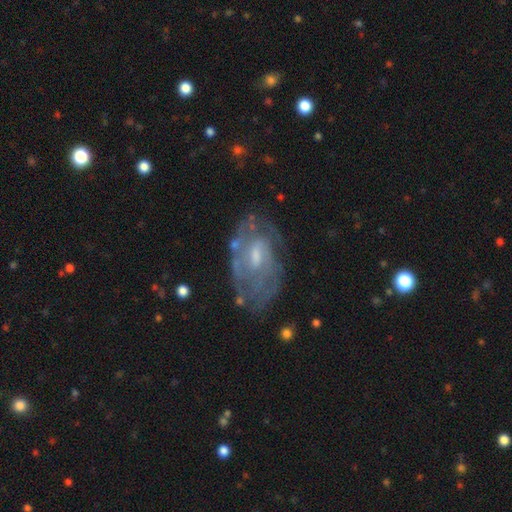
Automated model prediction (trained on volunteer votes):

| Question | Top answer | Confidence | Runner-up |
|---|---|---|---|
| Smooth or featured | featured or disk | 76% | smooth (17%) |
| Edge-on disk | no | 95% | yes (5%) |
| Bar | weak | 55% | no (34%) |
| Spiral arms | yes | 76% | no (24%) |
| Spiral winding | tight | 53% | medium (35%) |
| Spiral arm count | can't tell | 52% | 2 (25%) |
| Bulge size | moderate | 44% | small (43%) |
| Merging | none | 61% | minor disturbance (23%) |